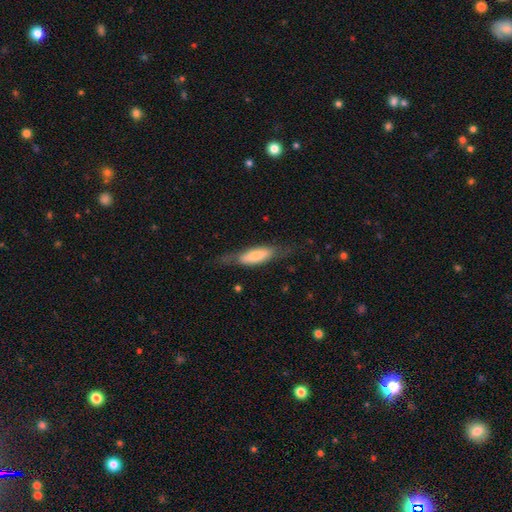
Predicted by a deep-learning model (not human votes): This is likely a smooth galaxy (61%). How rounded: possibly in between (53%). Merging: likely none (61%).